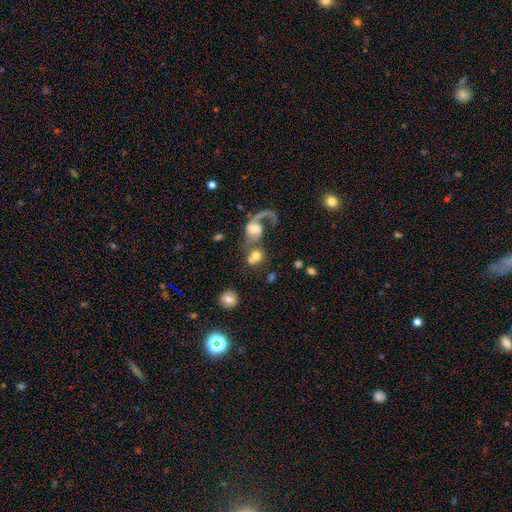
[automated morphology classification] type=smooth (54%); roundness=round (70%); merging=merger (51%).